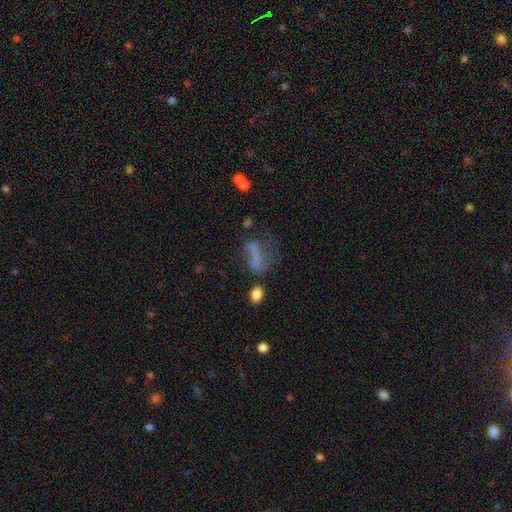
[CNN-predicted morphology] smooth-or-featured: smooth: 52% | featured or disk: 29% | star or artifact: 20%
  how-rounded: in between: 60% | cigar-shaped: 29% | round: 11%
  merging: major disturbance: 38% | none: 31% | minor disturbance: 20% | merger: 11%